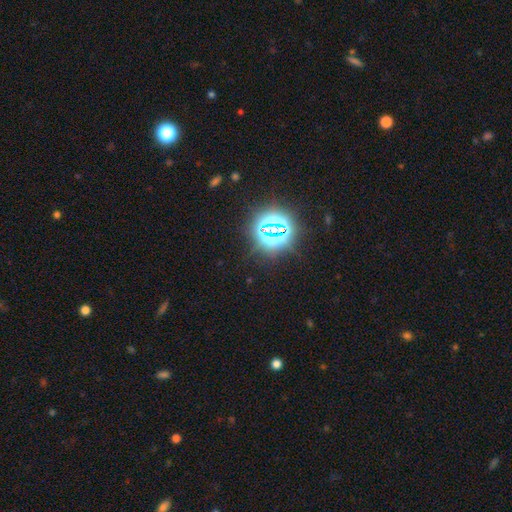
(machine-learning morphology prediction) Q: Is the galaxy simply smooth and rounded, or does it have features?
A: star or artifact — 80%.